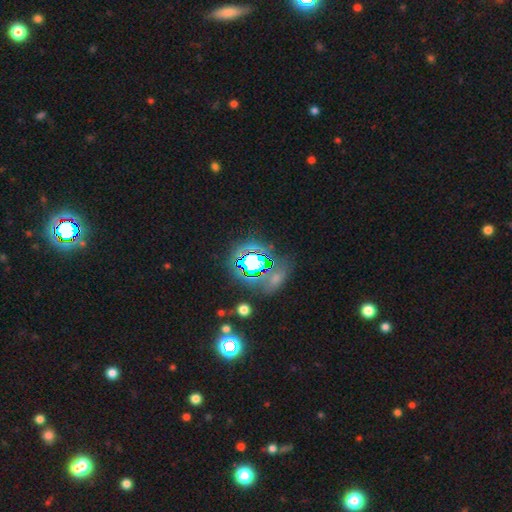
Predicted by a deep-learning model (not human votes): smooth_or_featured: star or artifact (p=0.69) [alt: smooth p=0.19]